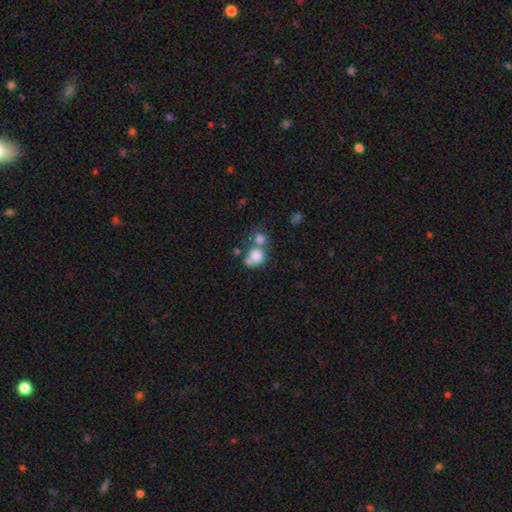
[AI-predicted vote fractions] A smooth galaxy with no disk features (77%) that is round (74%).

Vote fractions:
- Smooth or featured? smooth: 77% / featured or disk: 13% / star or artifact: 10%
- How rounded? round: 74% / in between: 25% / cigar-shaped: 1%
- Merging? merger: 51% / none: 30% / minor disturbance: 10% / major disturbance: 9%